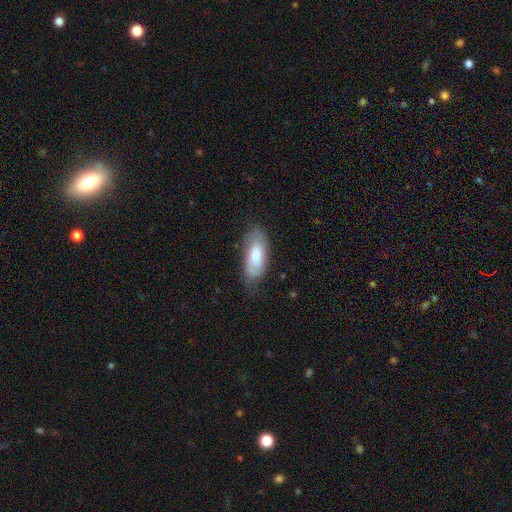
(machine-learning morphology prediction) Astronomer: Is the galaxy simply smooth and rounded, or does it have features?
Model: smooth — 71%.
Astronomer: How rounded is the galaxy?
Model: in between — 83%.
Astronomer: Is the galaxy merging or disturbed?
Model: none — 61%.